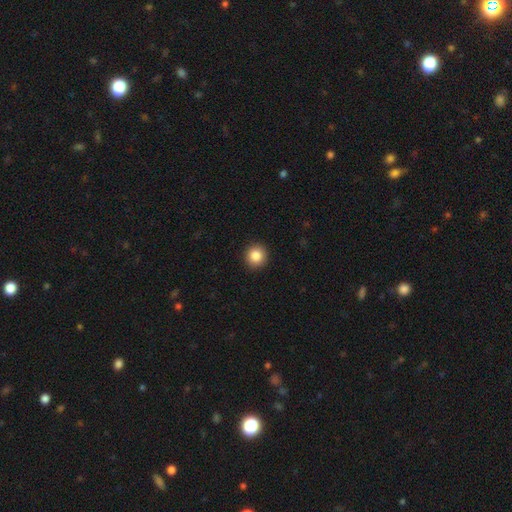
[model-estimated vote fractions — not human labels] A smooth galaxy with no disk features (86%) that is round (94%).

Vote fractions:
- Smooth or featured? smooth: 86% / star or artifact: 9% / featured or disk: 5%
- How rounded? round: 94% / in between: 5% / cigar-shaped: 1%
- Merging? none: 93% / minor disturbance: 5% / major disturbance: 2% / merger: 1%